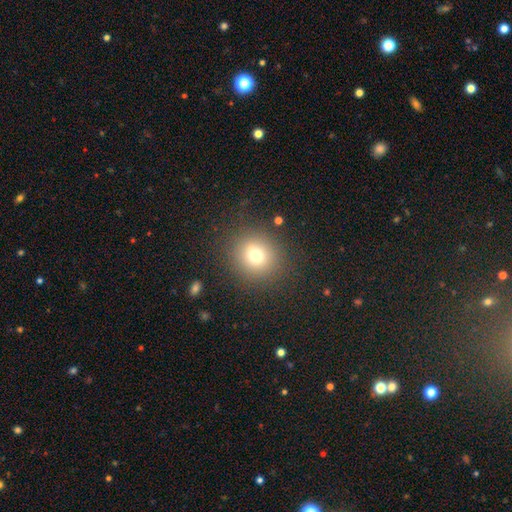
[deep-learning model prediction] smooth-or-featured: smooth: 73% | star or artifact: 16% | featured or disk: 11%
  how-rounded: round: 87% | in between: 12% | cigar-shaped: 1%
  merging: none: 86% | minor disturbance: 8% | major disturbance: 4% | merger: 2%